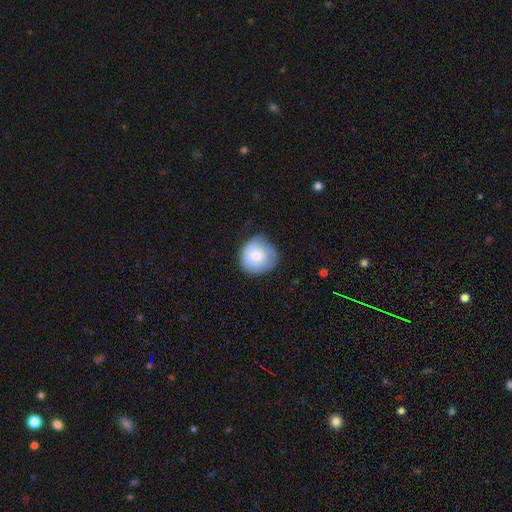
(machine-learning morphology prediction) Smooth or featured?
  - smooth: 54% *
  - featured or disk: 40%
  - star or artifact: 6%
How rounded?
  - round: 84% *
  - in between: 16%
  - cigar-shaped: 1%
Merging?
  - none: 63% *
  - minor disturbance: 27%
  - major disturbance: 8%
  - merger: 1%